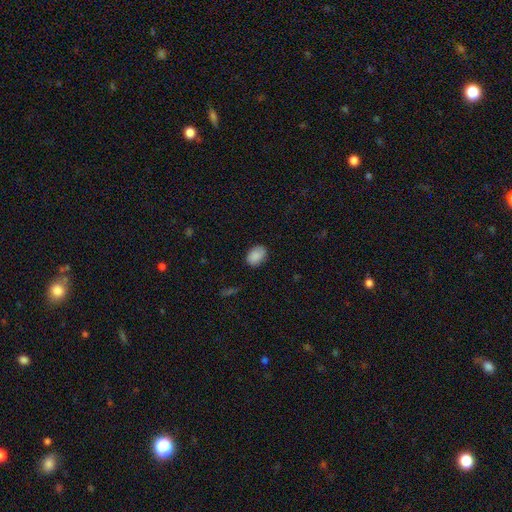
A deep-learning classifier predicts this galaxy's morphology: The model was most divided on "how rounded": in between: 78%, round: 21%, cigar-shaped: 1%. More confident: smooth or featured — smooth (87%); merging — none (80%).